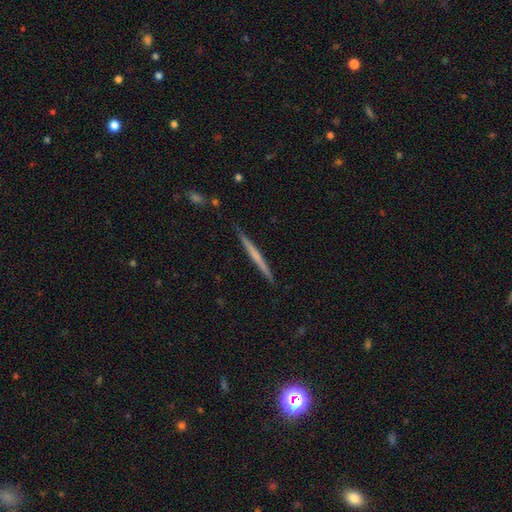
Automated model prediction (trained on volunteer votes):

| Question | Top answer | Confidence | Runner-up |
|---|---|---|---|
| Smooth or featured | featured or disk | 51% | smooth (44%) |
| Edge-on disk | yes | 98% | no (2%) |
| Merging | none | 90% | minor disturbance (8%) |